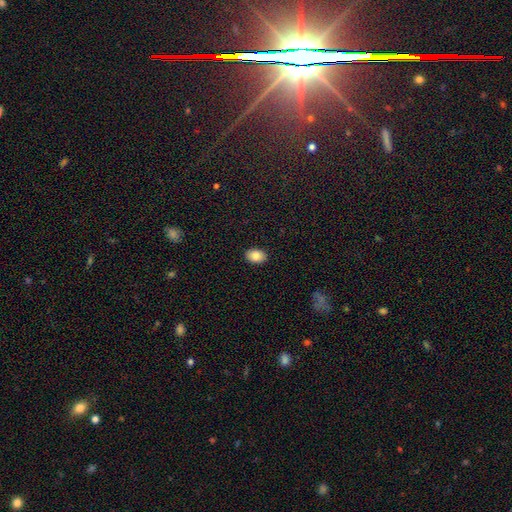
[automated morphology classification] This is clearly a smooth galaxy (85%). How rounded: clearly in between (83%). Merging: clearly none (90%).